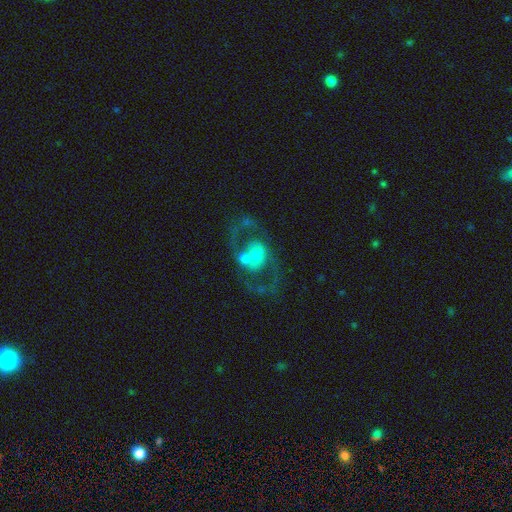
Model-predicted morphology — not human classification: smooth_or_featured: featured or disk (p=0.71) [alt: smooth p=0.22]
disk_edge_on: no (p=0.96) [alt: yes p=0.04]
bar: no (p=0.66) [alt: weak p=0.25]
has_spiral_arms: yes (p=0.62) [alt: no p=0.38]
bulge_size: moderate (p=0.56) [alt: small p=0.26]
merging: none (p=0.47) [alt: merger p=0.25]